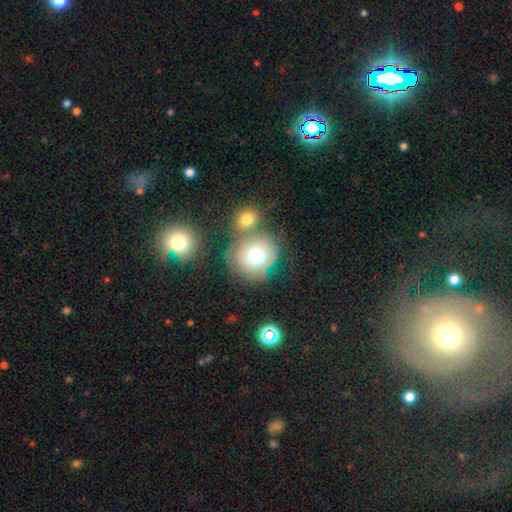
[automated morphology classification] Q: Smooth or featured?
A: smooth (72%); runner-up: featured or disk (16%)
Q: How rounded?
A: round (88%); runner-up: in between (11%)
Q: Merging?
A: none (52%); runner-up: merger (29%)